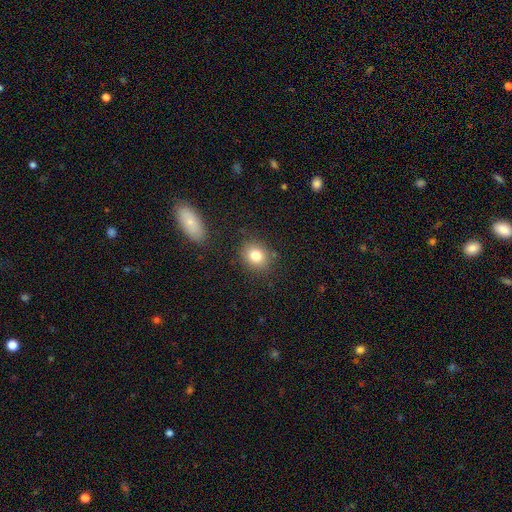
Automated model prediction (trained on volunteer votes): smooth 80%, star or artifact 11%, featured or disk 9%. Down the decision tree: how rounded — round (62%); merging — none (84%).